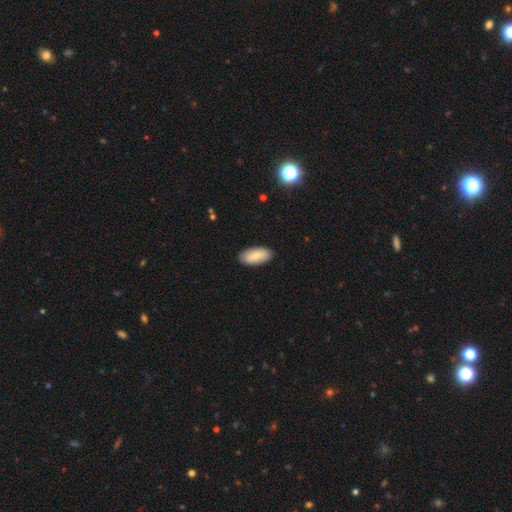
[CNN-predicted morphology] smooth_or_featured: smooth (p=0.80) [alt: featured or disk p=0.14]
how_rounded: in between (p=0.92) [alt: cigar-shaped p=0.06]
merging: none (p=0.88) [alt: minor disturbance p=0.09]